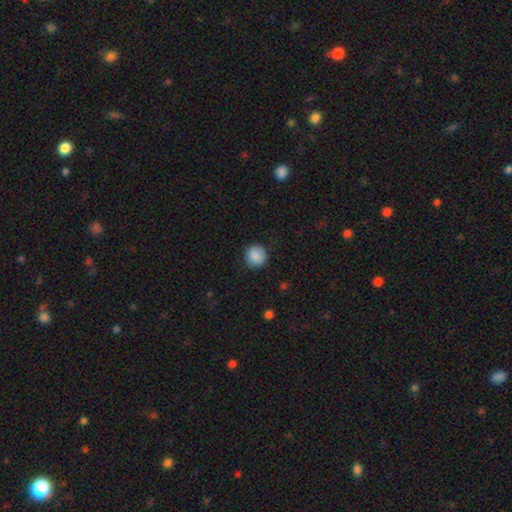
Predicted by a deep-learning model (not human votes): smooth 88%, star or artifact 8%, featured or disk 4%. Down the decision tree: how rounded — round (89%); merging — none (85%).